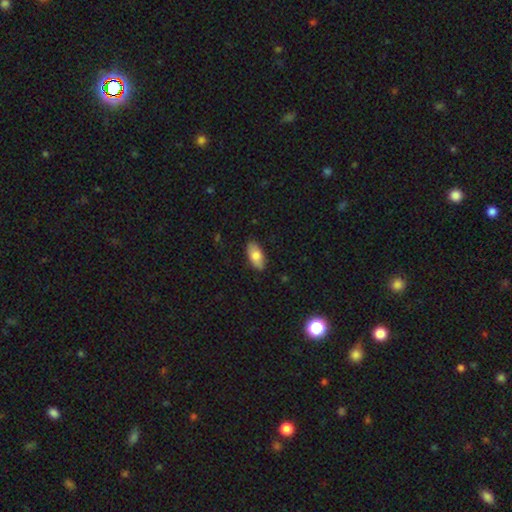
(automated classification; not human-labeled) A smooth galaxy with no disk features (79%) that is in between round and cigar-shaped (91%).

Vote fractions:
- Smooth or featured? smooth: 79% / featured or disk: 15% / star or artifact: 6%
- How rounded? in between: 91% / cigar-shaped: 6% / round: 3%
- Merging? none: 87% / minor disturbance: 11% / major disturbance: 2% / merger: 1%